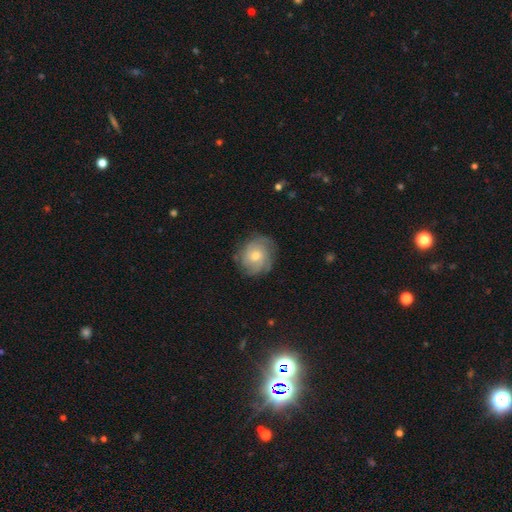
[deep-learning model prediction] Q: Smooth or featured?
A: featured or disk (64%); runner-up: smooth (28%)
Q: Edge-on disk?
A: no (97%); runner-up: yes (3%)
Q: Bar?
A: no (76%); runner-up: weak (21%)
Q: Spiral arms?
A: yes (89%); runner-up: no (11%)
Q: Spiral winding?
A: tight (62%); runner-up: medium (28%)
Q: Spiral arm count?
A: can't tell (41%); runner-up: 3 (21%)
Q: Bulge size?
A: moderate (55%); runner-up: small (40%)
Q: Merging?
A: none (77%); runner-up: minor disturbance (16%)